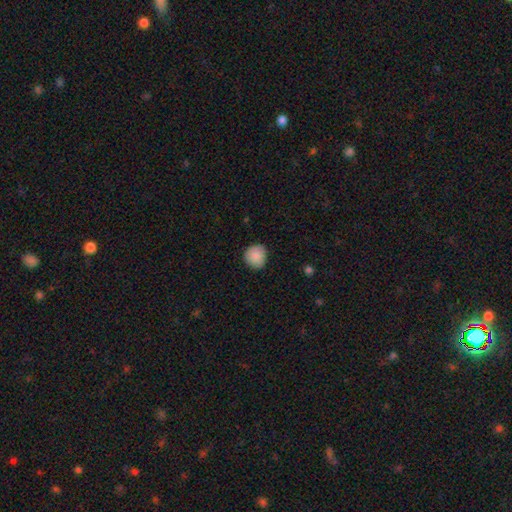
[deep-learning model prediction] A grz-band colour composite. It shows a smooth galaxy with no disk features (88%) that is round (89%). Merging: none (83%).